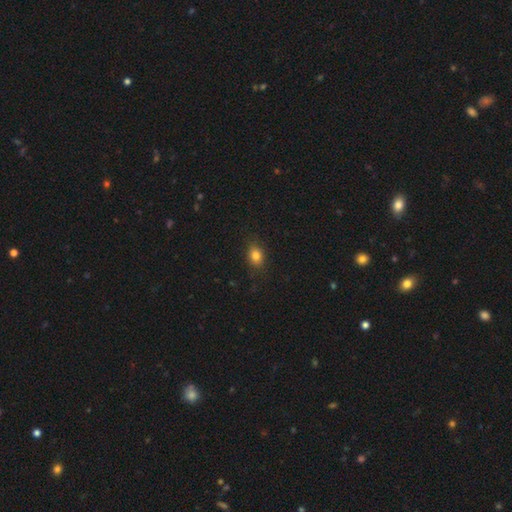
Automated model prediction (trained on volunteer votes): Overall: smooth (82%). How rounded: in between (59%; round 39%). Merging: none (84%).